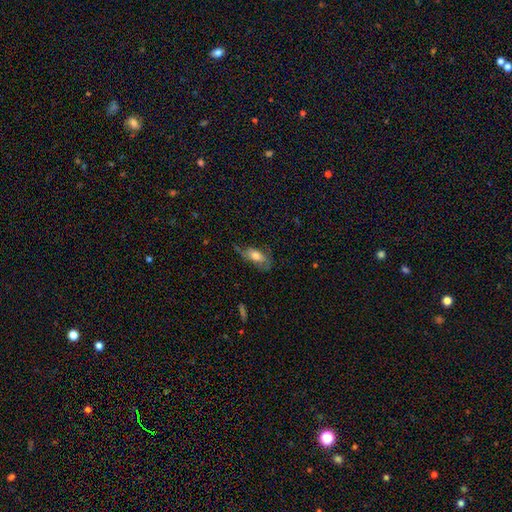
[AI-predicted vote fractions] Overall: smooth (59%; featured or disk 34%). How rounded: in between (81%). Merging: none (48%; minor disturbance 30%).